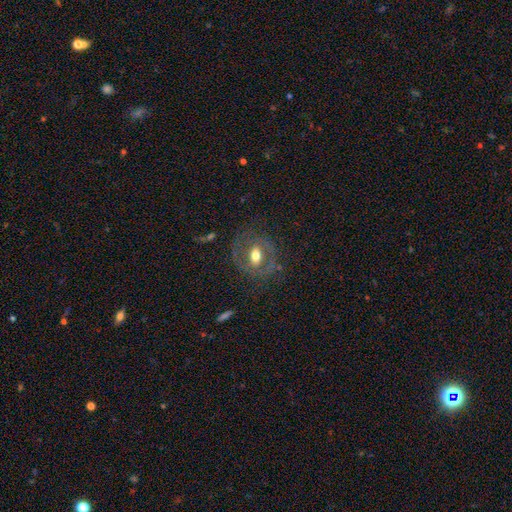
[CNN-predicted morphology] This is possibly a featured or disk galaxy (56%). It is clearly not viewed edge-on (92%). Bar: marginally no (42%). Spiral arm pattern: likely no (63%). Central bulge: likely moderate (68%). Merging: likely none (69%).